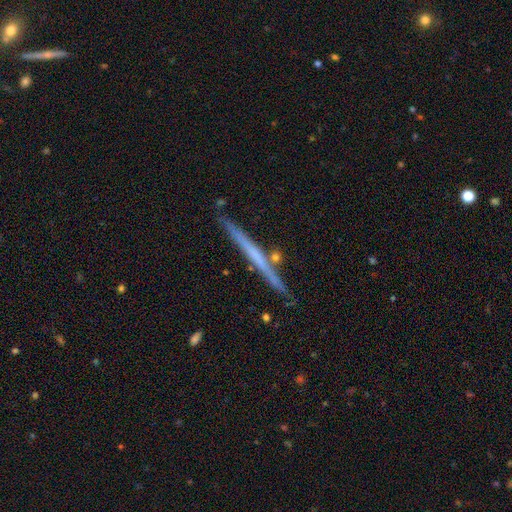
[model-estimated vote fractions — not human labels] Morphology: type=featured or disk (57%); edge-on=yes (97%); edge-on bulge=none (87%); merging=none (85%).